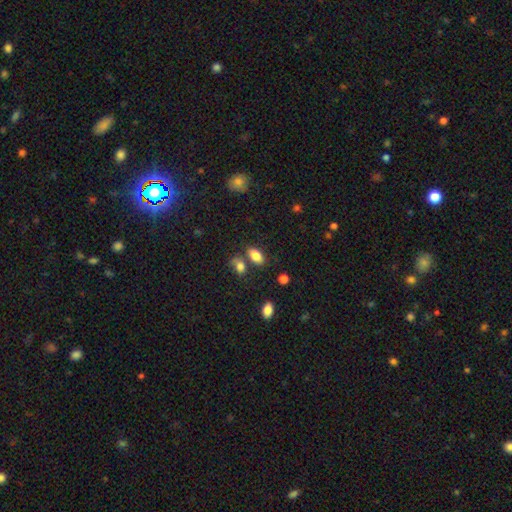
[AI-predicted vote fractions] smooth_or_featured: smooth (p=0.84) [alt: star or artifact p=0.09]
how_rounded: in between (p=0.91) [alt: round p=0.06]
merging: none (p=0.69) [alt: merger p=0.14]